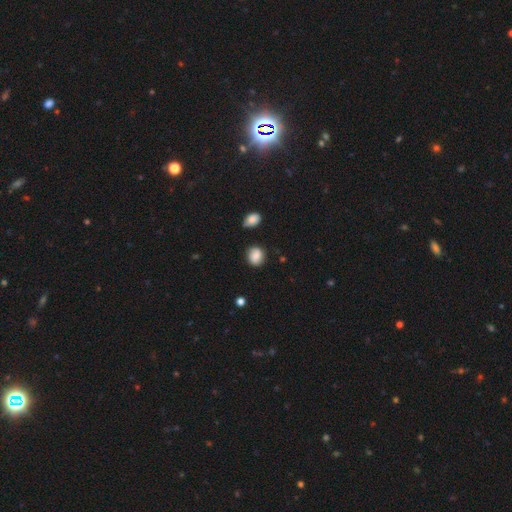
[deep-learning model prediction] Overall: smooth (83%). How rounded: round (68%; in between 31%). Merging: none (78%).